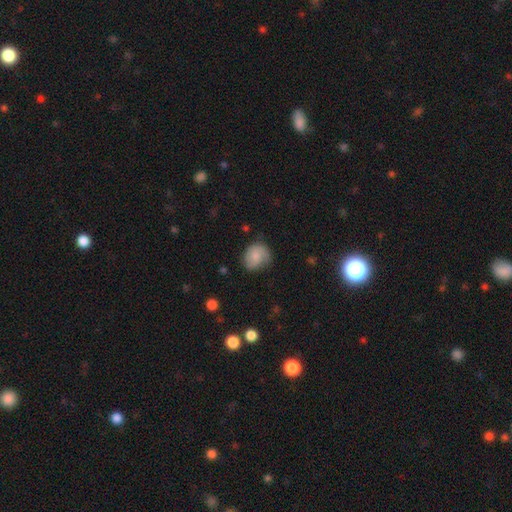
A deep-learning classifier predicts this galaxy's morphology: A smooth galaxy with no disk features (76%) that is round (63%). Merging: none (59%).